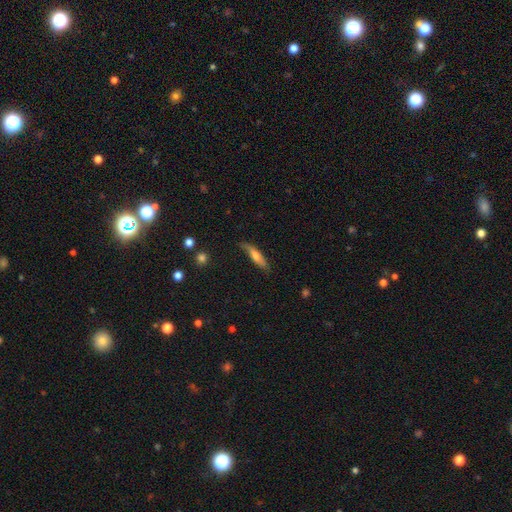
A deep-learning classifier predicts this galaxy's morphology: Smooth or featured?
  - smooth: 60% *
  - featured or disk: 34%
  - star or artifact: 6%
How rounded?
  - cigar-shaped: 78% *
  - in between: 20%
  - round: 2%
Merging?
  - none: 71% *
  - minor disturbance: 22%
  - major disturbance: 5%
  - merger: 2%